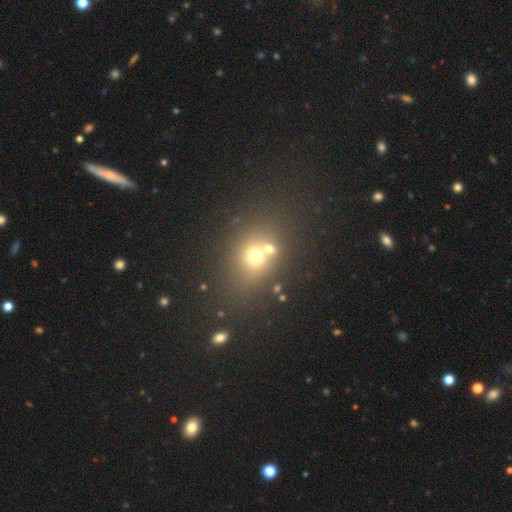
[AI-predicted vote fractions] Overall: smooth (63%). How rounded: round (61%; in between 37%). Merging: none (52%; merger 32%).